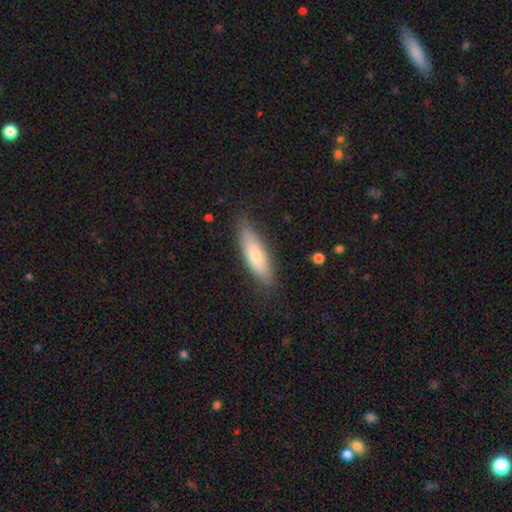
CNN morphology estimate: Smooth or featured? smooth (68%)
How rounded? cigar-shaped (55%)
Merging? none (81%)